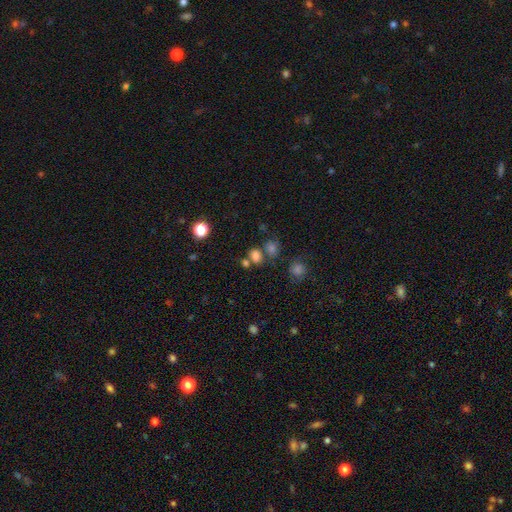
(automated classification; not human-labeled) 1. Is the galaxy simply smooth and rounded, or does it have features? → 73% smooth, 20% star or artifact, 7% featured or disk.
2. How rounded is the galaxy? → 51% round, 48% in between, 1% cigar-shaped.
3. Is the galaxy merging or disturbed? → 58% none, 26% merger, 11% minor disturbance, 5% major disturbance.